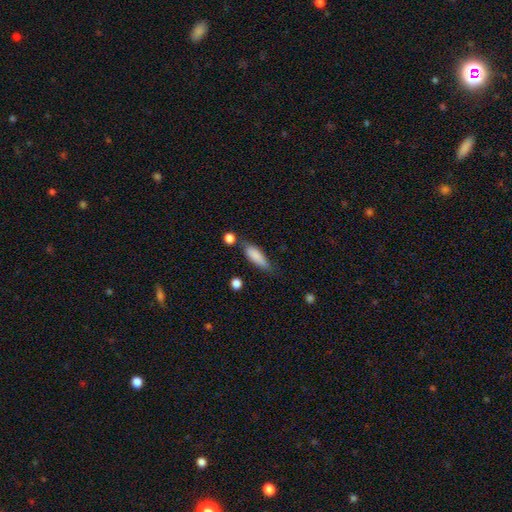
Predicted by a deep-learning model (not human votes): A smooth galaxy with no disk features (84%) that is in between round and cigar-shaped (55%).

Vote fractions:
- Smooth or featured? smooth: 84% / featured or disk: 9% / star or artifact: 7%
- How rounded? in between: 55% / cigar-shaped: 43% / round: 2%
- Merging? none: 61% / minor disturbance: 24% / merger: 9% / major disturbance: 6%